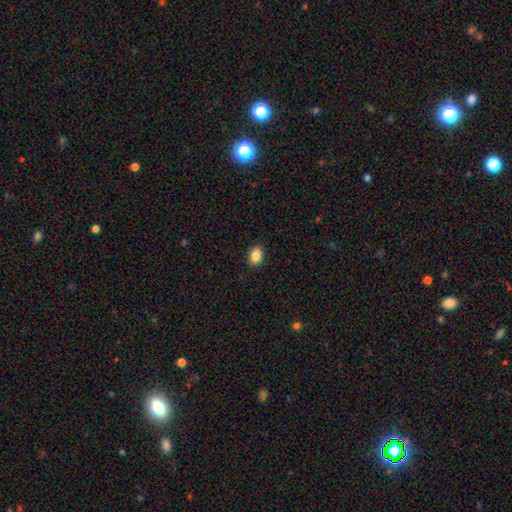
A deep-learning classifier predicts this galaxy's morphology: A smooth galaxy with no disk features (87%) that is in between round and cigar-shaped (82%). Merging: none (89%).